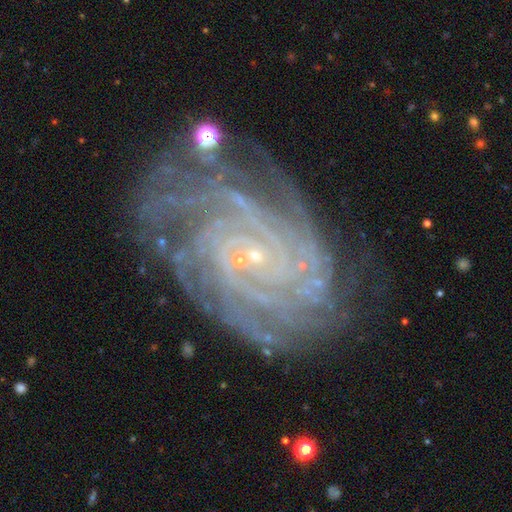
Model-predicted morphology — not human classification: Smooth or featured?
  - featured or disk: 89% *
  - star or artifact: 6%
  - smooth: 4%
Edge-on disk?
  - no: 97% *
  - yes: 3%
Bar?
  - no: 53% *
  - weak: 34%
  - strong: 12%
Spiral arms?
  - yes: 98% *
  - no: 2%
Spiral winding?
  - tight: 77% *
  - medium: 20%
  - loose: 4%
Spiral arm count?
  - more than 4: 28% *
  - 4: 23%
  - can't tell: 19%
  - 3: 11%
  - 2: 10%
  - 1: 8%
Bulge size?
  - small: 86% *
  - moderate: 8%
  - none: 4%
  - large: 1%
  - dominant: 1%
Merging?
  - none: 75% *
  - minor disturbance: 16%
  - major disturbance: 7%
  - merger: 2%